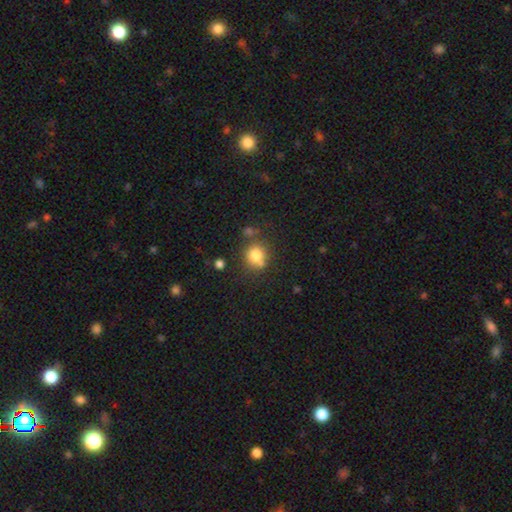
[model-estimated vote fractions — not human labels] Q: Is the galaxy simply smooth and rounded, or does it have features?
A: smooth — 78%.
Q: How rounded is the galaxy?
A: round — 83%.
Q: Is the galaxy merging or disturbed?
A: none — 62%.